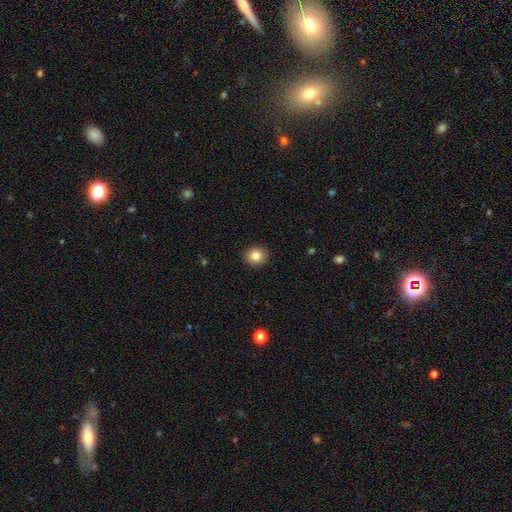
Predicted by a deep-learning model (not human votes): Smooth or featured? smooth (83%)
How rounded? round (81%)
Merging? none (91%)